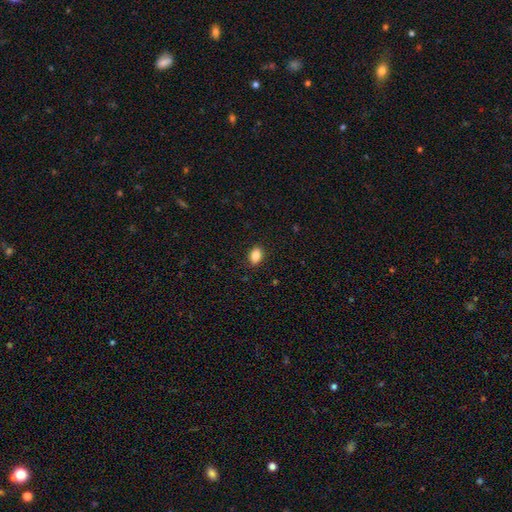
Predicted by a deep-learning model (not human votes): smooth-or-featured: smooth: 86% | star or artifact: 9% | featured or disk: 5%
  how-rounded: in between: 81% | round: 18% | cigar-shaped: 1%
  merging: none: 89% | minor disturbance: 8% | major disturbance: 2% | merger: 1%